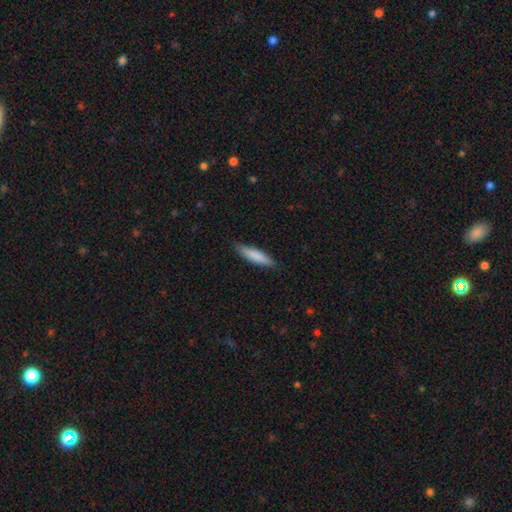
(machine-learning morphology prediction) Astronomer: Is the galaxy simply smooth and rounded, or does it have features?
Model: smooth — 81%.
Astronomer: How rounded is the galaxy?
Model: cigar-shaped — 80%.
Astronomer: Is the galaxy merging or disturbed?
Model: none — 88%.